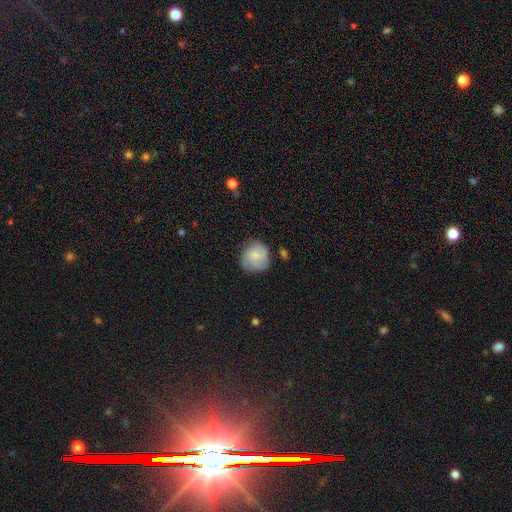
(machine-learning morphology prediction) This is likely a smooth galaxy (64%). How rounded: clearly round (85%). Merging: likely none (65%).